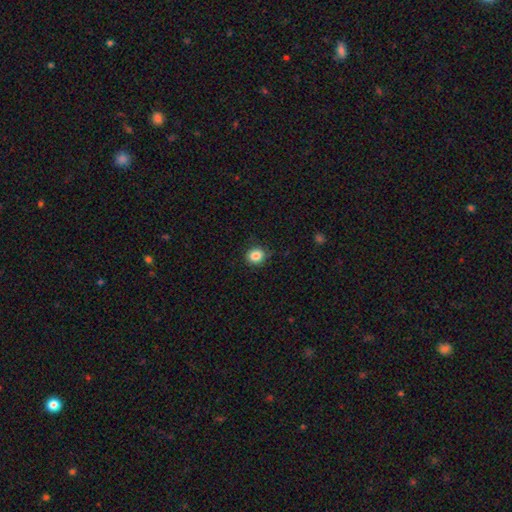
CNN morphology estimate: A smooth galaxy with no disk features (85%) that is round (78%).

Vote fractions:
- Smooth or featured? smooth: 85% / star or artifact: 10% / featured or disk: 5%
- How rounded? round: 78% / in between: 21% / cigar-shaped: 1%
- Merging? none: 85% / minor disturbance: 12% / major disturbance: 3% / merger: 1%